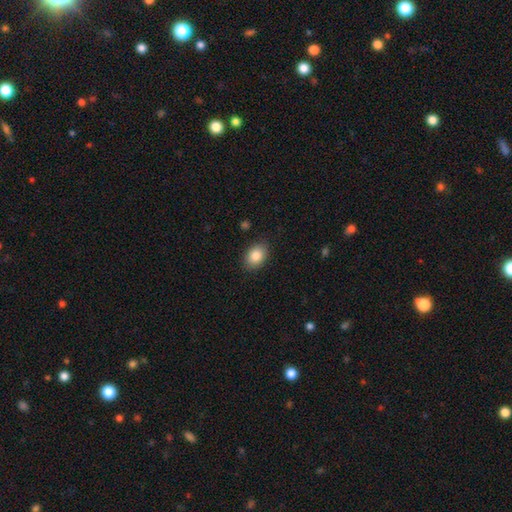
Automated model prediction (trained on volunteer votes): A smooth galaxy with no disk features (85%) that is in between round and cigar-shaped (76%).

Vote fractions:
- Smooth or featured? smooth: 85% / star or artifact: 8% / featured or disk: 7%
- How rounded? in between: 76% / round: 23% / cigar-shaped: 1%
- Merging? none: 87% / minor disturbance: 9% / major disturbance: 2% / merger: 1%